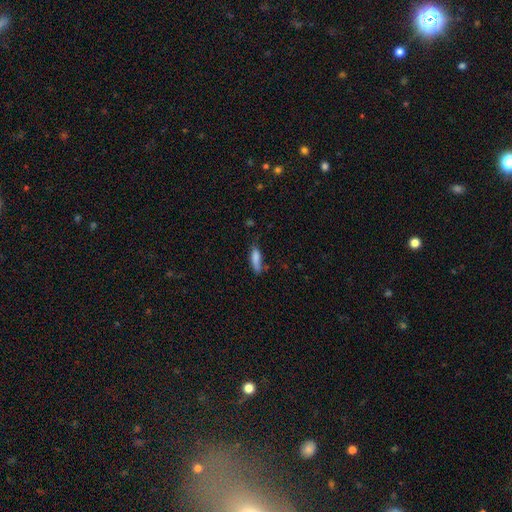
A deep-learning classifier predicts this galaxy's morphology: Smooth or featured? Predicted: smooth (p=0.82). How rounded? Predicted: cigar-shaped (p=0.51). Merging? Predicted: none (p=0.55).